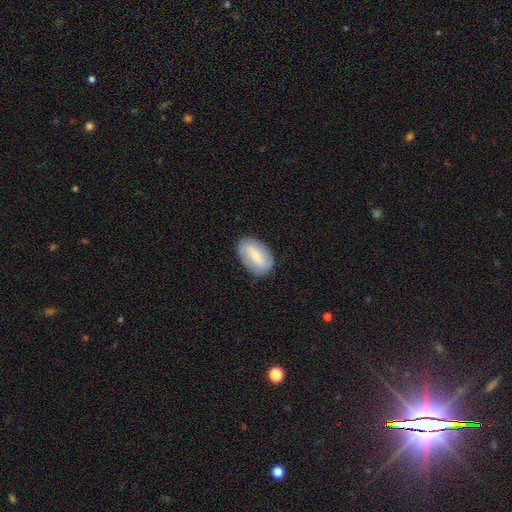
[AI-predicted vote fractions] smooth 62%, featured or disk 31%, star or artifact 7%. Down the decision tree: how rounded — in between (90%); merging — none (82%).